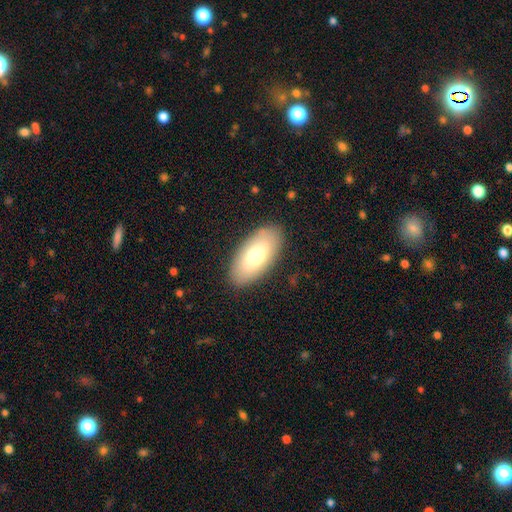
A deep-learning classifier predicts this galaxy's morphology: This is likely a smooth galaxy (72%). How rounded: clearly in between (92%). Merging: clearly none (88%).